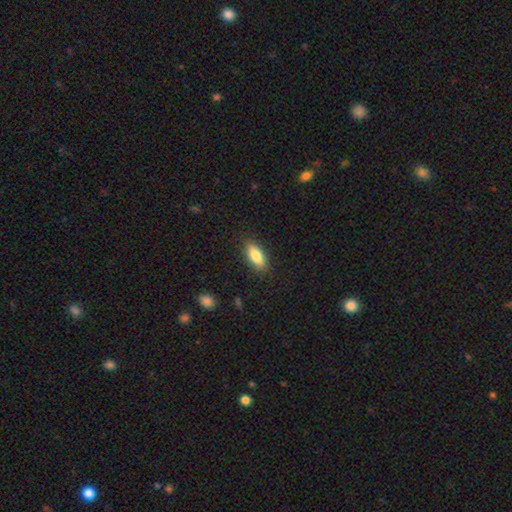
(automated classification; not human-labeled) A smooth galaxy with no disk features (83%) that is in between round and cigar-shaped (83%).

Vote fractions:
- Smooth or featured? smooth: 83% / featured or disk: 10% / star or artifact: 6%
- How rounded? in between: 83% / cigar-shaped: 15% / round: 2%
- Merging? none: 87% / minor disturbance: 10% / major disturbance: 2% / merger: 1%